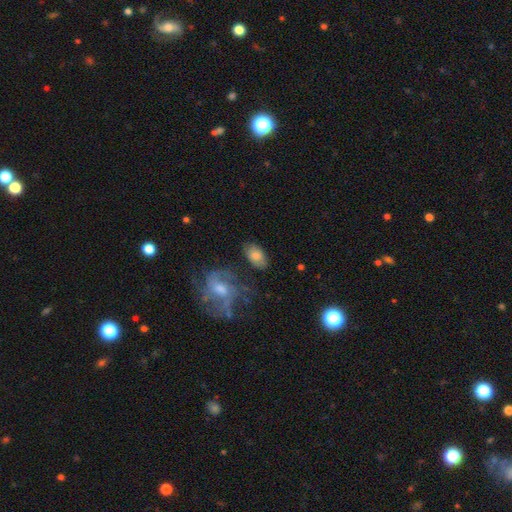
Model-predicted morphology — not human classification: Smooth or featured? smooth (73%)
How rounded? in between (91%)
Merging? none (73%)